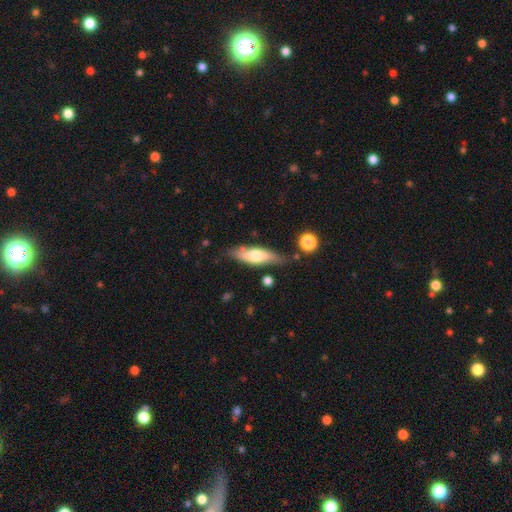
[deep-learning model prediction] The model was most divided on "smooth or featured": smooth: 54%, featured or disk: 40%, star or artifact: 6%. More confident: merging — none (72%); how rounded — cigar-shaped (56%).